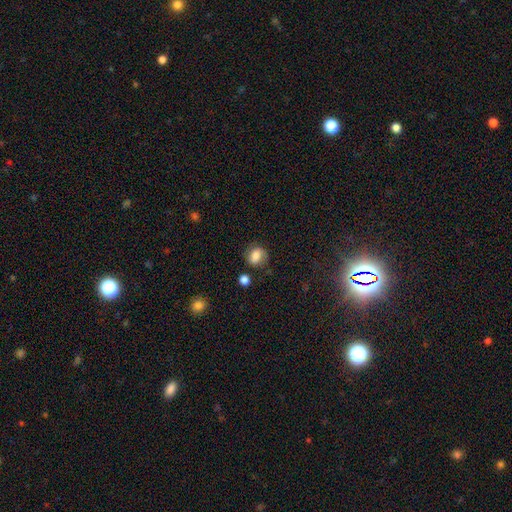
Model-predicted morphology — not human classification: A smooth galaxy with no disk features (75%) that is round (60%).

Vote fractions:
- Smooth or featured? smooth: 75% / featured or disk: 16% / star or artifact: 10%
- How rounded? round: 60% / in between: 39% / cigar-shaped: 1%
- Merging? none: 68% / minor disturbance: 20% / major disturbance: 7% / merger: 4%